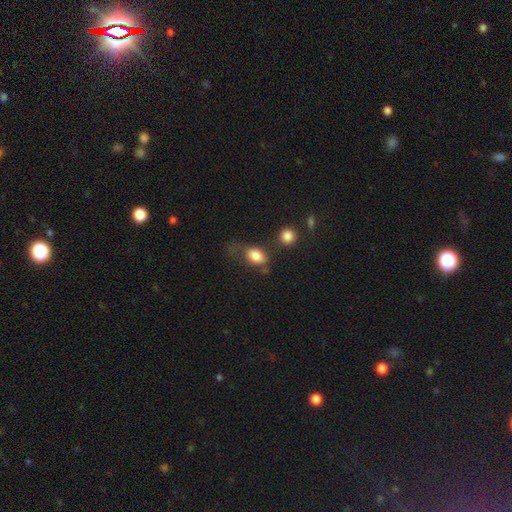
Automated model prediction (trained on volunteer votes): smooth 83%, featured or disk 9%, star or artifact 8%. Down the decision tree: how rounded — in between (82%); merging — none (43%).